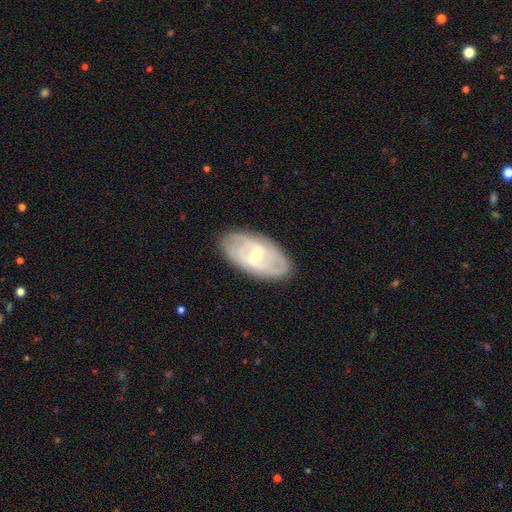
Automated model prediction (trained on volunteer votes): featured or disk 73%, smooth 22%, star or artifact 6%. Down the decision tree: edge-on disk — no (92%); bar — weak (52%); spiral arms — yes (80%); spiral arm count — 2 (42%); spiral winding — tight (53%); bulge size — moderate (54%); merging — none (83%).